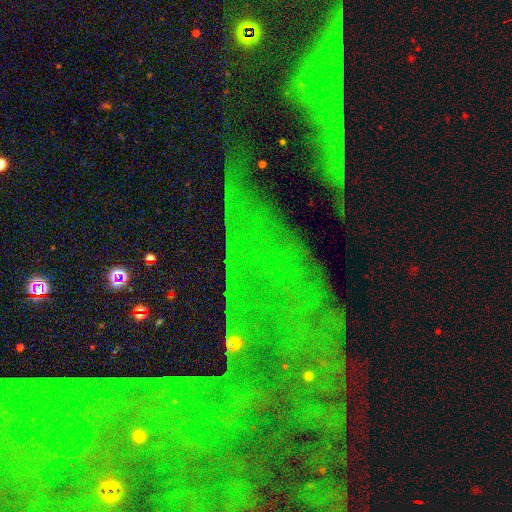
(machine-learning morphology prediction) star or artifact 77%, featured or disk 13%, smooth 10%.